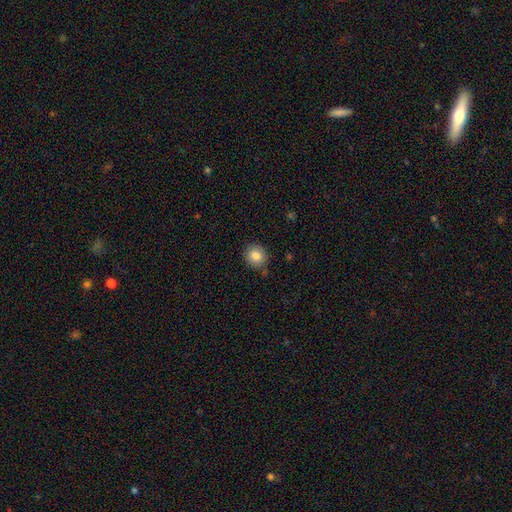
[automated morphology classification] smooth_or_featured: smooth (p=0.85) [alt: star or artifact p=0.09]
how_rounded: round (p=0.79) [alt: in between p=0.20]
merging: none (p=0.83) [alt: minor disturbance p=0.12]